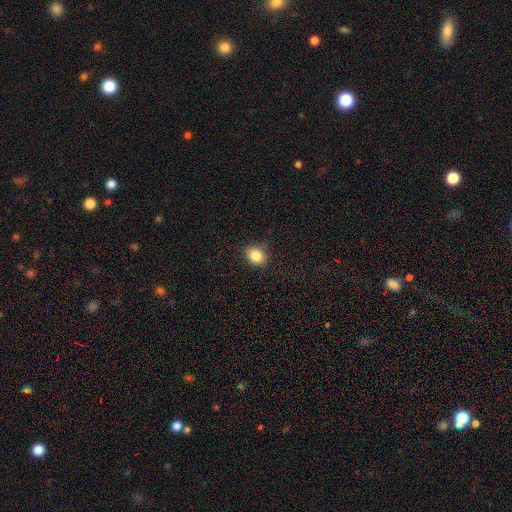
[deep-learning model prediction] smooth-or-featured: smooth: 83% | star or artifact: 10% | featured or disk: 7%
  how-rounded: in between: 53% | round: 46% | cigar-shaped: 1%
  merging: none: 86% | minor disturbance: 11% | major disturbance: 2% | merger: 1%